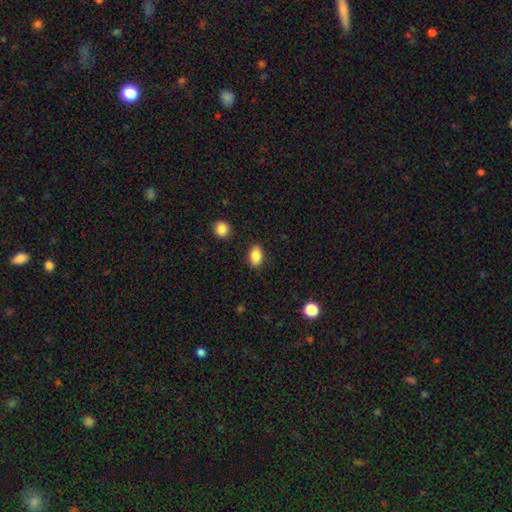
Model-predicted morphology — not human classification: smooth-or-featured: smooth: 87% | star or artifact: 8% | featured or disk: 4%
  how-rounded: in between: 87% | round: 11% | cigar-shaped: 2%
  merging: none: 87% | minor disturbance: 9% | major disturbance: 3% | merger: 2%